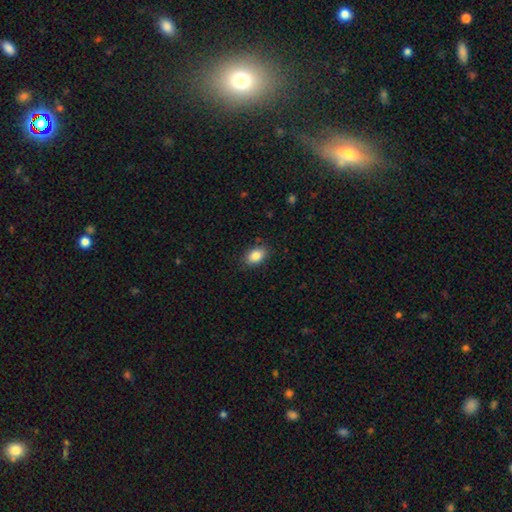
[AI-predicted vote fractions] Q: Smooth or featured?
A: smooth (85%); runner-up: star or artifact (8%)
Q: How rounded?
A: in between (85%); runner-up: round (14%)
Q: Merging?
A: none (86%); runner-up: minor disturbance (11%)